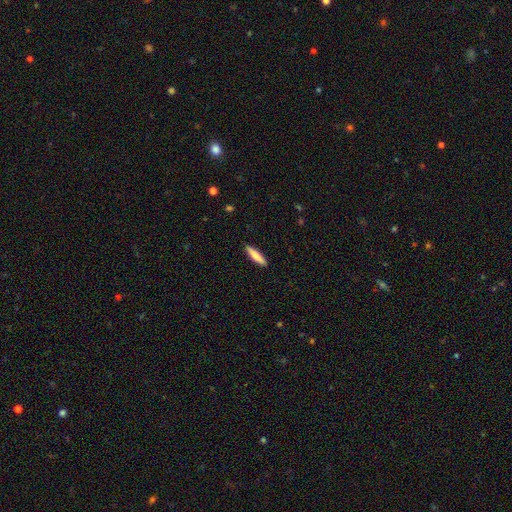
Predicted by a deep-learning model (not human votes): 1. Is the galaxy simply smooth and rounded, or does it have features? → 78% smooth, 17% featured or disk, 5% star or artifact.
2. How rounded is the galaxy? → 81% cigar-shaped, 17% in between, 1% round.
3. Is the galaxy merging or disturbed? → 91% none, 7% minor disturbance, 2% major disturbance, 1% merger.